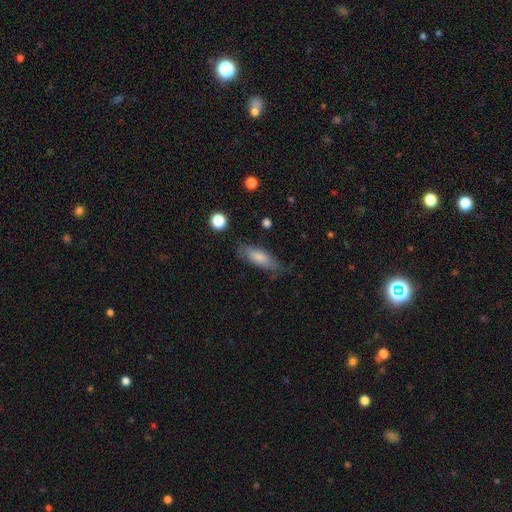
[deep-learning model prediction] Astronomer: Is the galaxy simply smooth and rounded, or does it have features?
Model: smooth — 60%.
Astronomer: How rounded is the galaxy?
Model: in between — 59% (runner-up: cigar-shaped, 39%).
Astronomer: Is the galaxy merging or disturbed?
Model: none — 72%.